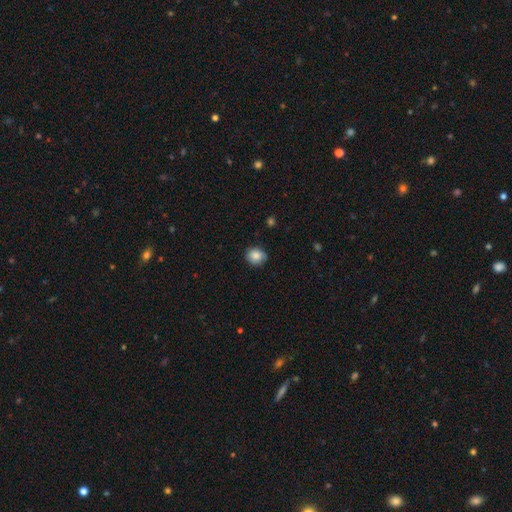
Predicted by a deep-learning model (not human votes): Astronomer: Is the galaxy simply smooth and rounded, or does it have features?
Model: smooth — 84%.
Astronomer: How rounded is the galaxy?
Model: round — 79%.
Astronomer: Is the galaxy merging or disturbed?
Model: none — 81%.